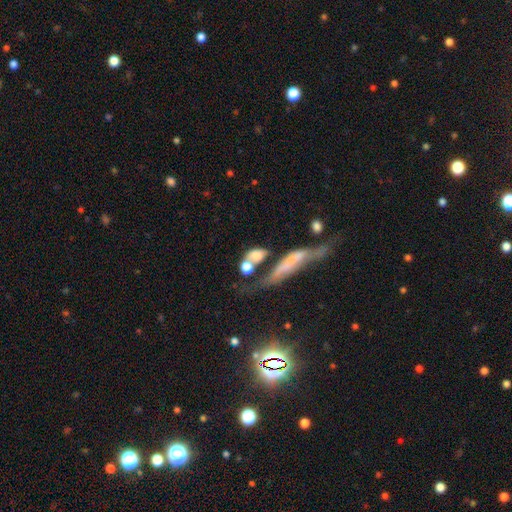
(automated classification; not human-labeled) smooth-or-featured: smooth: 68% | featured or disk: 22% | star or artifact: 10%
  how-rounded: in between: 59% | round: 26% | cigar-shaped: 15%
  merging: merger: 42% | none: 28% | major disturbance: 16% | minor disturbance: 14%